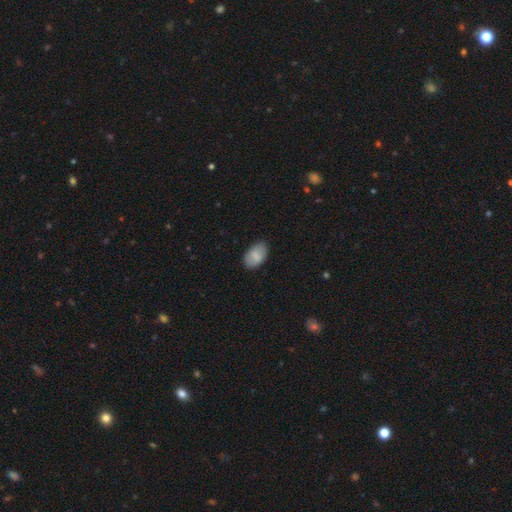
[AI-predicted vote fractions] This appears to be a smooth galaxy with no disk features (80%) that is in between round and cigar-shaped (92%). Merging: none (82%).